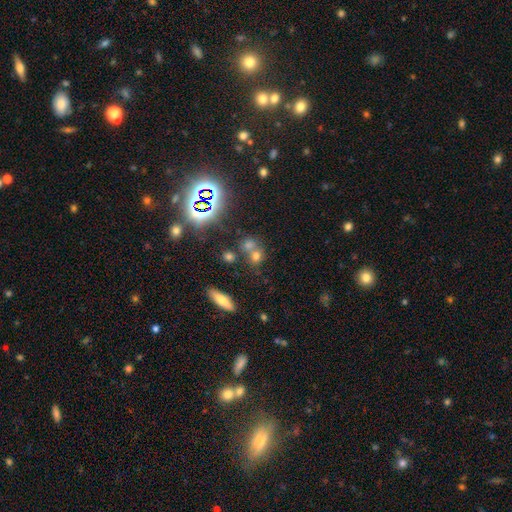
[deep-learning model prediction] The model was most divided on "smooth or featured": star or artifact: 46%, smooth: 40%, featured or disk: 14%.